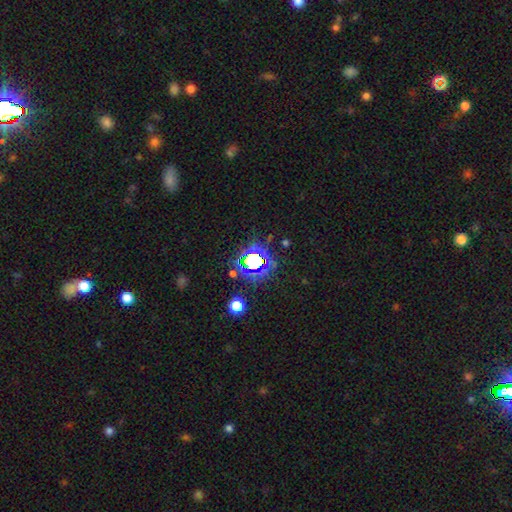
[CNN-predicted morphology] smooth-or-featured: star or artifact: 75% | smooth: 16% | featured or disk: 9%